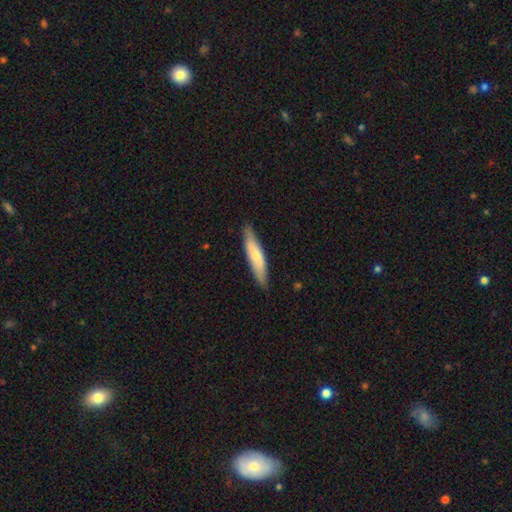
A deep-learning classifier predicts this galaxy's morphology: type=smooth (63%); roundness=cigar-shaped (80%); merging=none (85%).